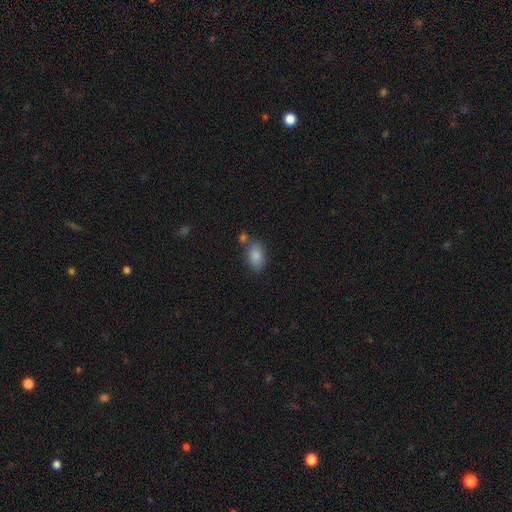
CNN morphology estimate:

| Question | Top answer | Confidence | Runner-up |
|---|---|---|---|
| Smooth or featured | smooth | 86% | star or artifact (7%) |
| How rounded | in between | 91% | round (7%) |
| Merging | none | 68% | minor disturbance (15%) |